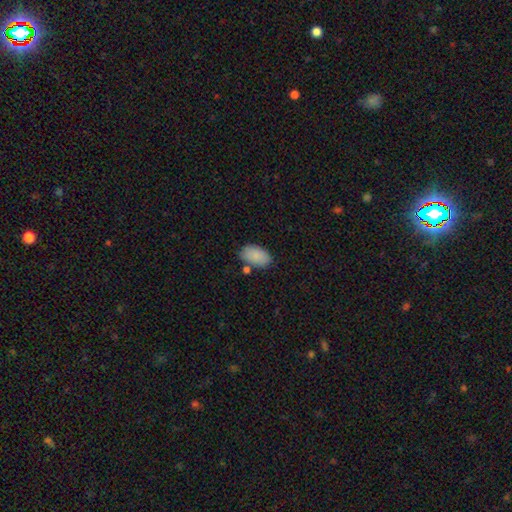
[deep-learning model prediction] A smooth galaxy with no disk features (86%) that is in between round and cigar-shaped (93%).

Vote fractions:
- Smooth or featured? smooth: 86% / featured or disk: 7% / star or artifact: 7%
- How rounded? in between: 93% / round: 6% / cigar-shaped: 1%
- Merging? none: 71% / minor disturbance: 15% / merger: 9% / major disturbance: 4%